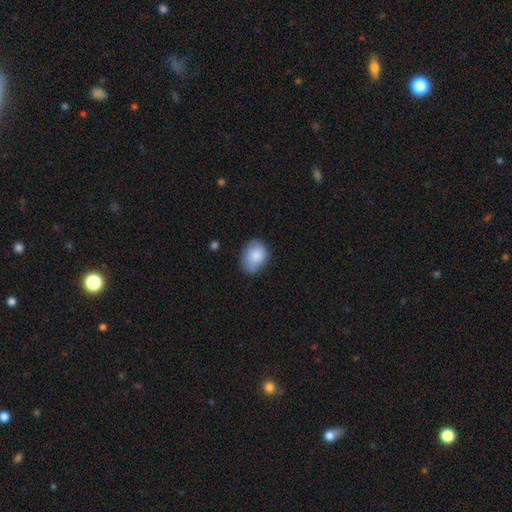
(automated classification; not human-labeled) A smooth galaxy with no disk features (83%) that is in between round and cigar-shaped (68%).

Vote fractions:
- Smooth or featured? smooth: 83% / featured or disk: 9% / star or artifact: 7%
- How rounded? in between: 68% / round: 31% / cigar-shaped: 1%
- Merging? none: 65% / minor disturbance: 27% / major disturbance: 6% / merger: 2%